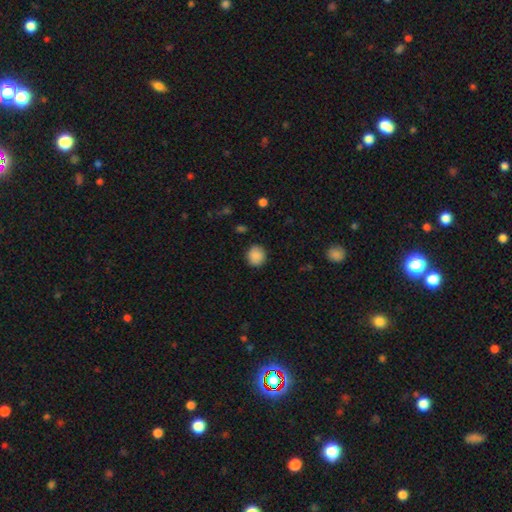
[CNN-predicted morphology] smooth_or_featured: smooth (p=0.88) [alt: star or artifact p=0.08]
how_rounded: round (p=0.84) [alt: in between p=0.15]
merging: none (p=0.87) [alt: minor disturbance p=0.09]